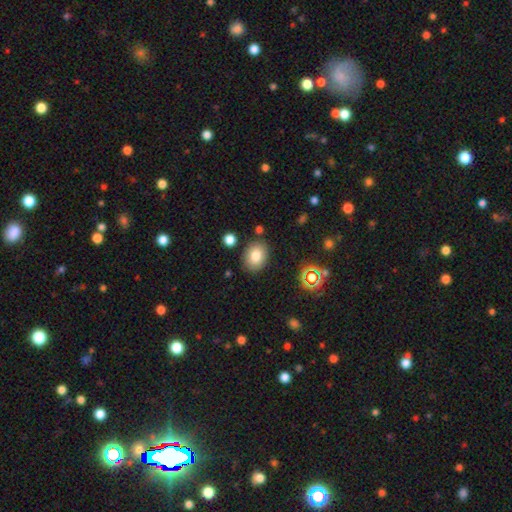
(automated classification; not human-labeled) Smooth or featured?
  - smooth: 81% *
  - star or artifact: 10%
  - featured or disk: 9%
How rounded?
  - in between: 66% *
  - round: 33%
  - cigar-shaped: 1%
Merging?
  - none: 84% *
  - minor disturbance: 10%
  - merger: 3%
  - major disturbance: 3%